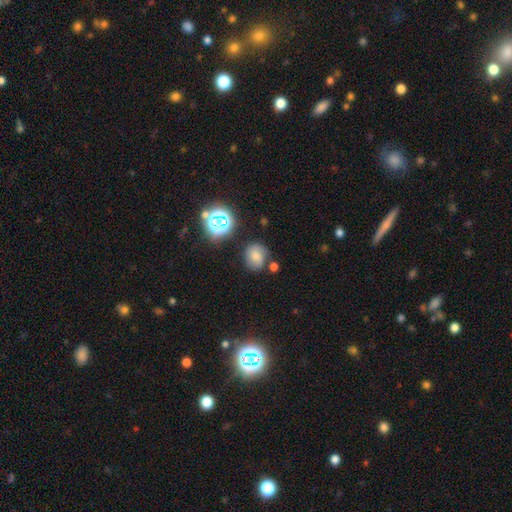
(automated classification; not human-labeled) smooth_or_featured: smooth (p=0.64) [alt: star or artifact p=0.18]
how_rounded: round (p=0.66) [alt: in between p=0.33]
merging: none (p=0.68) [alt: minor disturbance p=0.18]